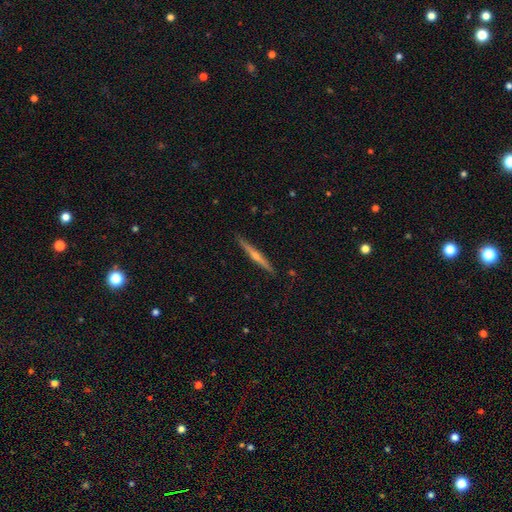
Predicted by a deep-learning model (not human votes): Smooth or featured? Predicted: featured or disk (p=0.74). Edge-on disk? Predicted: yes (p=0.98). Edge-on bulge? Predicted: rounded (p=0.81). Merging? Predicted: none (p=0.91).